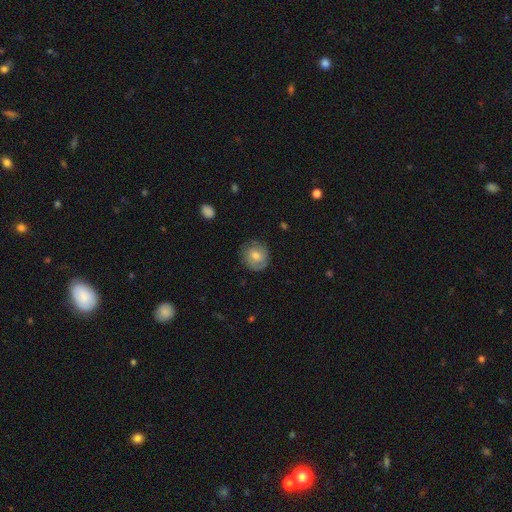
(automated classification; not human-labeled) smooth_or_featured: smooth (p=0.58) [alt: featured or disk p=0.34]
how_rounded: round (p=0.82) [alt: in between p=0.17]
merging: none (p=0.79) [alt: minor disturbance p=0.16]